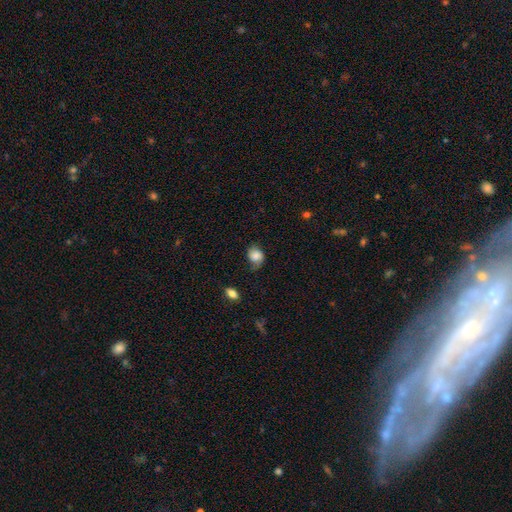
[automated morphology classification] Smooth or featured? Predicted: smooth (p=0.72). How rounded? Predicted: round (p=0.52). Merging? Predicted: none (p=0.50).